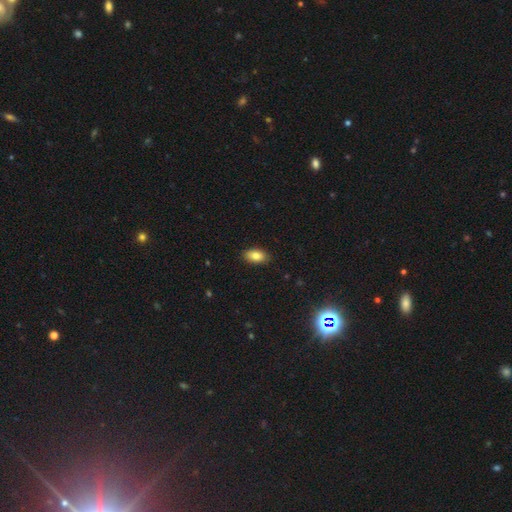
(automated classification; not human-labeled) This is clearly a smooth galaxy (84%). How rounded: clearly in between (92%). Merging: clearly none (87%).